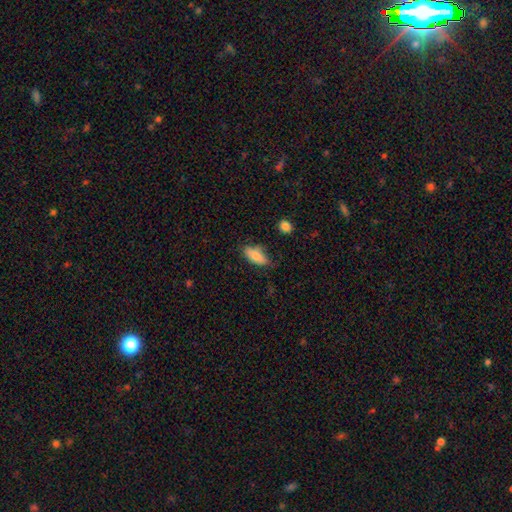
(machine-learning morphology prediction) Q: Smooth or featured?
A: smooth (83%); runner-up: featured or disk (10%)
Q: How rounded?
A: in between (83%); runner-up: cigar-shaped (14%)
Q: Merging?
A: none (67%); runner-up: minor disturbance (25%)